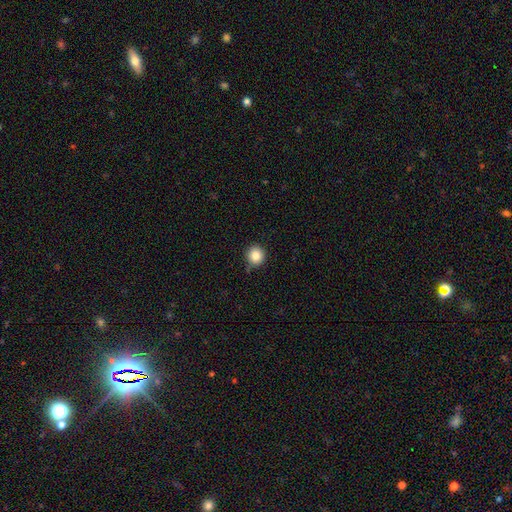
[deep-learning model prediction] Smooth or featured?
  - smooth: 86% *
  - star or artifact: 10%
  - featured or disk: 4%
How rounded?
  - round: 93% *
  - in between: 6%
  - cigar-shaped: 1%
Merging?
  - none: 82% *
  - minor disturbance: 12%
  - merger: 3%
  - major disturbance: 3%